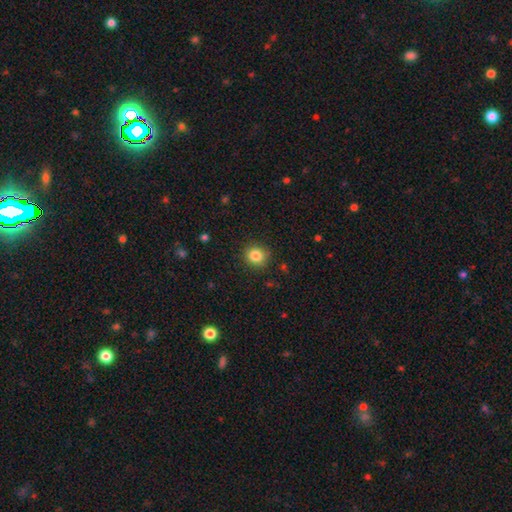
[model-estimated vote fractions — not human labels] Smooth or featured? smooth (84%)
How rounded? round (87%)
Merging? none (88%)